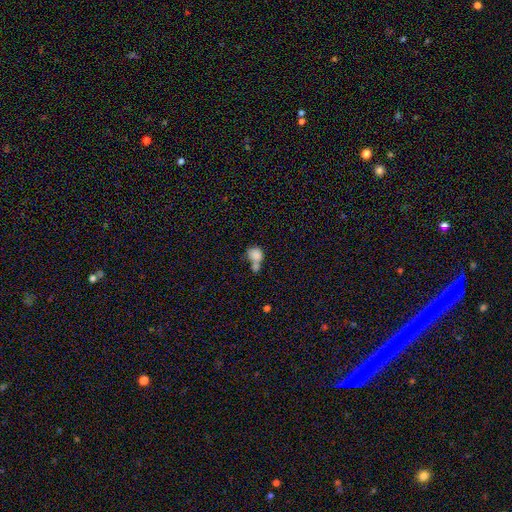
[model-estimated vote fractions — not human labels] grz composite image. It shows a smooth galaxy with no disk features (81%) that is round (64%). Merging: merger (60%).